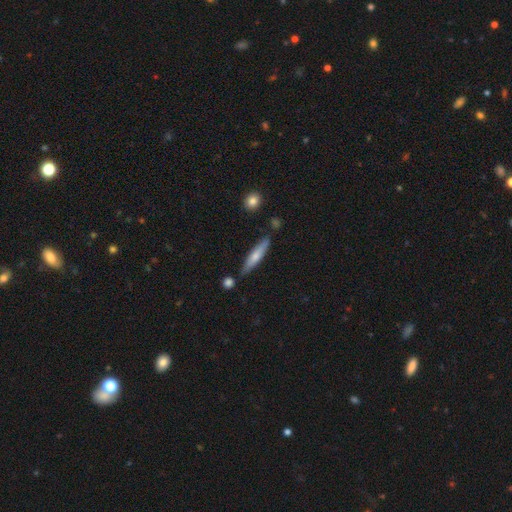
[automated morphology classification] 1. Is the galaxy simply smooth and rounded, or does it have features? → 62% smooth, 33% featured or disk, 5% star or artifact.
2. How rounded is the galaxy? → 87% cigar-shaped, 12% in between, 2% round.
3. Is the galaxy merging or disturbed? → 79% none, 14% minor disturbance, 5% merger, 3% major disturbance.